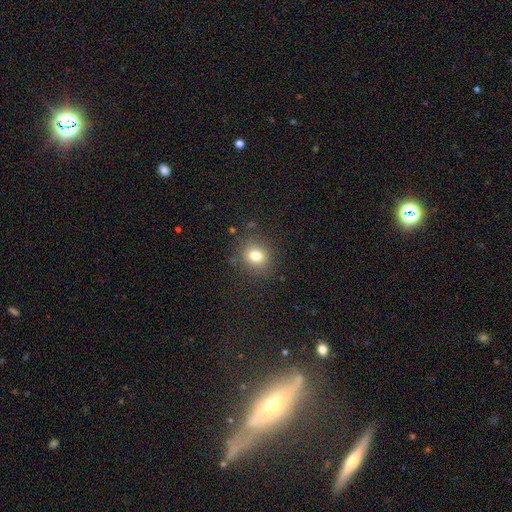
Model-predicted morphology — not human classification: Smooth or featured?
  - smooth: 79% *
  - star or artifact: 13%
  - featured or disk: 8%
How rounded?
  - round: 73% *
  - in between: 26%
  - cigar-shaped: 1%
Merging?
  - none: 85% *
  - minor disturbance: 10%
  - major disturbance: 4%
  - merger: 2%